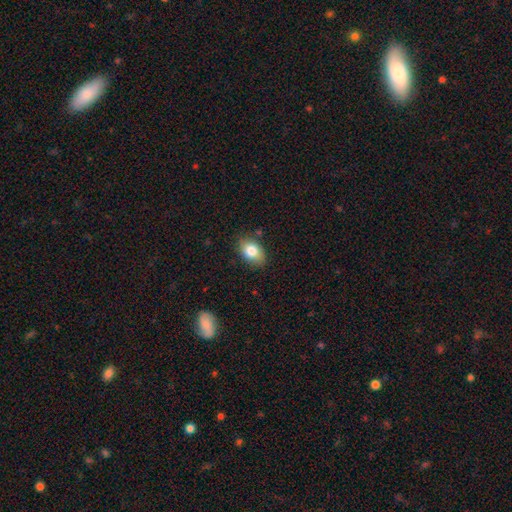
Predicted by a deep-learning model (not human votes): A smooth galaxy with no disk features (80%) that is in between round and cigar-shaped (83%). Merging: none (84%).